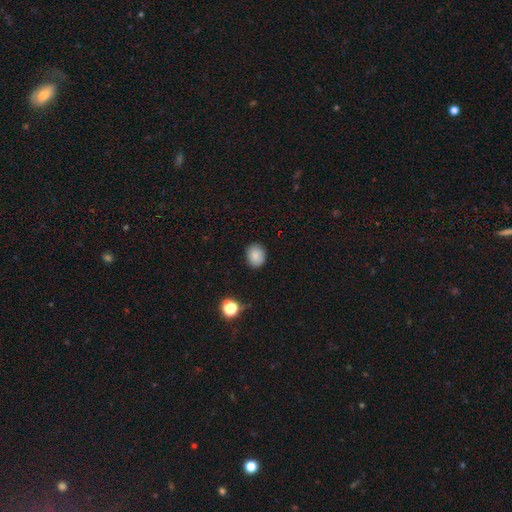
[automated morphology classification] smooth 85%, star or artifact 10%, featured or disk 5%. Down the decision tree: how rounded — round (61%); merging — none (85%).